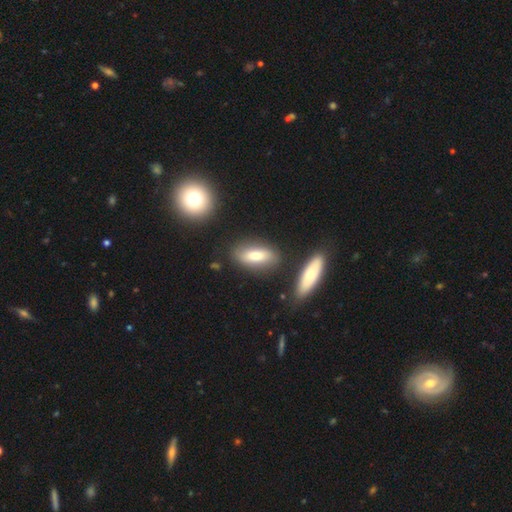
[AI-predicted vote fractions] Smooth or featured? smooth (72%)
How rounded? in between (75%)
Merging? none (80%)